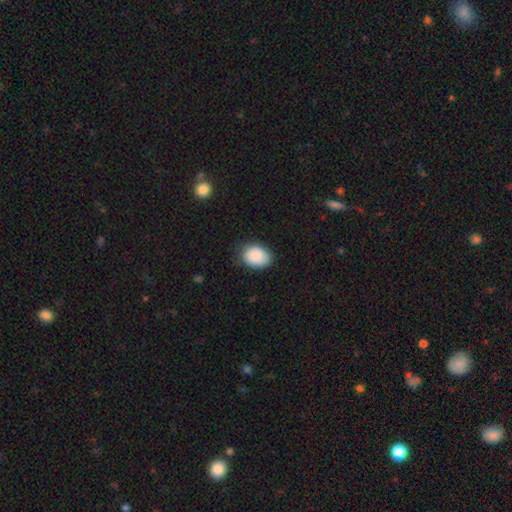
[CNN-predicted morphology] The model was most divided on "how rounded": in between: 74%, round: 25%, cigar-shaped: 1%. More confident: smooth or featured — smooth (89%); merging — none (74%).